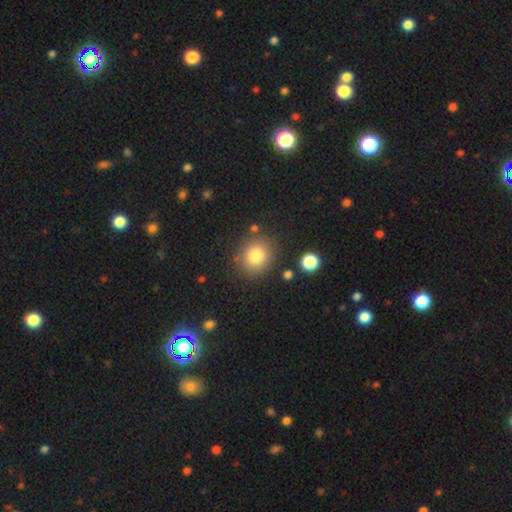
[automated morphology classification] Q: Smooth or featured?
A: smooth (80%); runner-up: star or artifact (12%)
Q: How rounded?
A: round (79%); runner-up: in between (20%)
Q: Merging?
A: none (82%); runner-up: minor disturbance (10%)